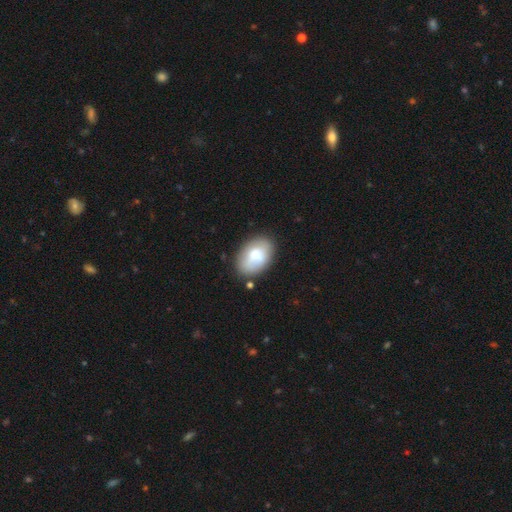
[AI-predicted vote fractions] Q: Smooth or featured?
A: smooth (72%); runner-up: featured or disk (21%)
Q: How rounded?
A: in between (87%); runner-up: round (12%)
Q: Merging?
A: none (72%); runner-up: minor disturbance (18%)